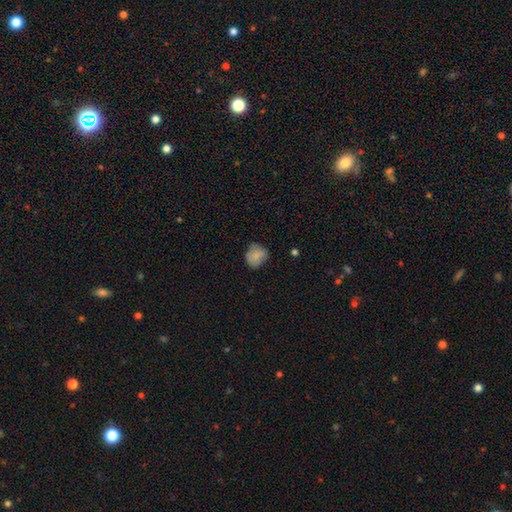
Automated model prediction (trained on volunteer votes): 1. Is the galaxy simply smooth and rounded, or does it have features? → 78% smooth, 14% featured or disk, 8% star or artifact.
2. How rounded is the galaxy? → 76% round, 23% in between, 1% cigar-shaped.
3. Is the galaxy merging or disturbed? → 67% none, 26% minor disturbance, 6% major disturbance, 1% merger.